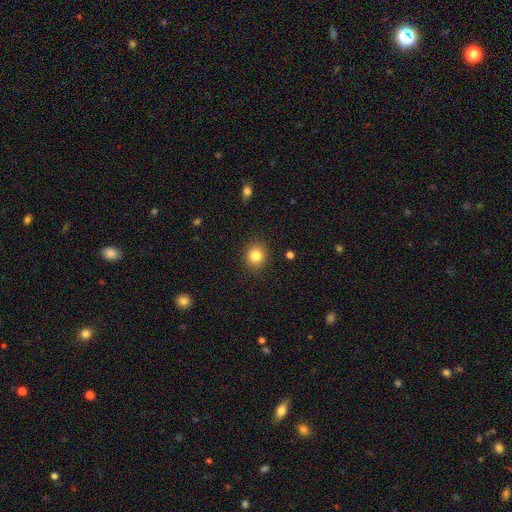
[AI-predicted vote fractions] A smooth galaxy with no disk features (83%) that is round (79%).

Vote fractions:
- Smooth or featured? smooth: 83% / star or artifact: 11% / featured or disk: 6%
- How rounded? round: 79% / in between: 20% / cigar-shaped: 1%
- Merging? none: 89% / minor disturbance: 8% / major disturbance: 2% / merger: 1%